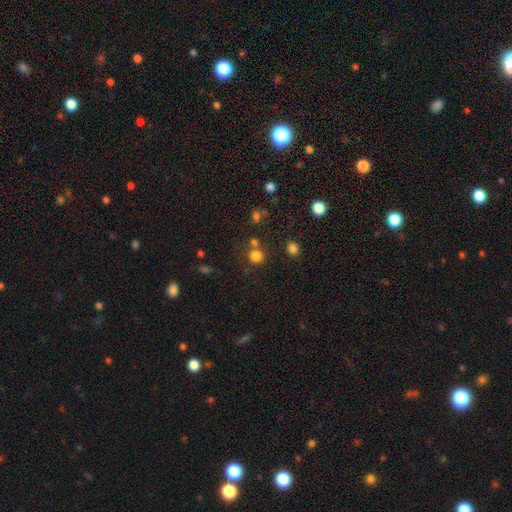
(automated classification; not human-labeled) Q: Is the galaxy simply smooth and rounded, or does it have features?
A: smooth — 79%.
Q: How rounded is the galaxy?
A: round — 89%.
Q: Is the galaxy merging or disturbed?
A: none — 69%.